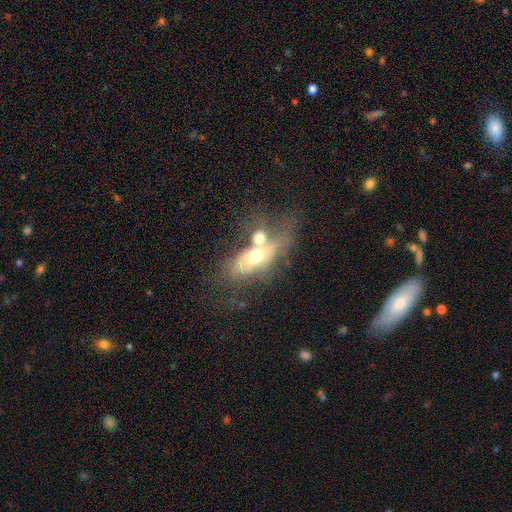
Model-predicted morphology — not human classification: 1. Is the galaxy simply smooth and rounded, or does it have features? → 45% featured or disk (tied), 45% smooth (tied), 10% star or artifact.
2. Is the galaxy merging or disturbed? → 59% merger, 16% none, 15% major disturbance, 9% minor disturbance.